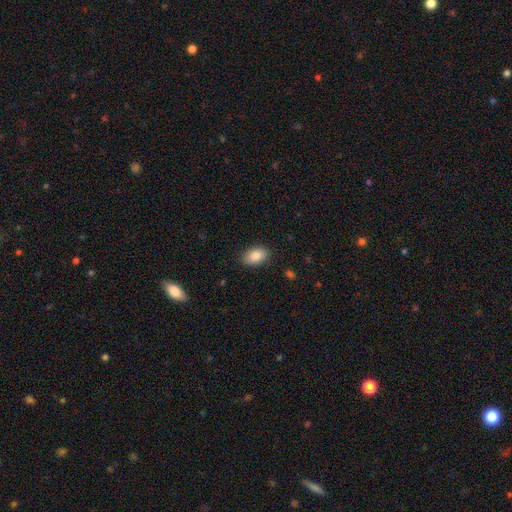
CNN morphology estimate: This is clearly a smooth galaxy (85%). How rounded: clearly in between (91%). Merging: clearly none (87%).